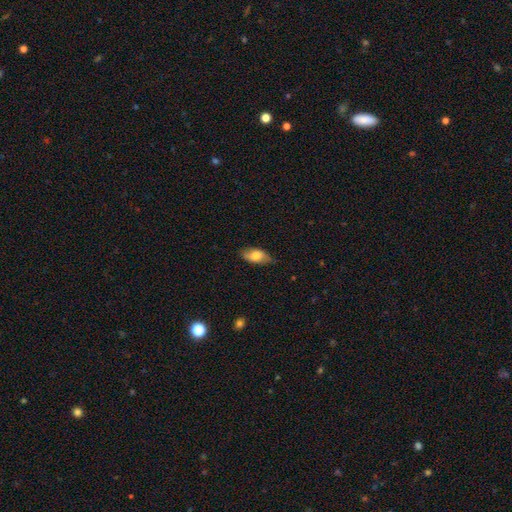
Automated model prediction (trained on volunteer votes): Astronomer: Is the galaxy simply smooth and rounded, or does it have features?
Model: smooth — 73%.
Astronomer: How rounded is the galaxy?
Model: in between — 88%.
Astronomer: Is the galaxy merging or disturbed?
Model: none — 78%.